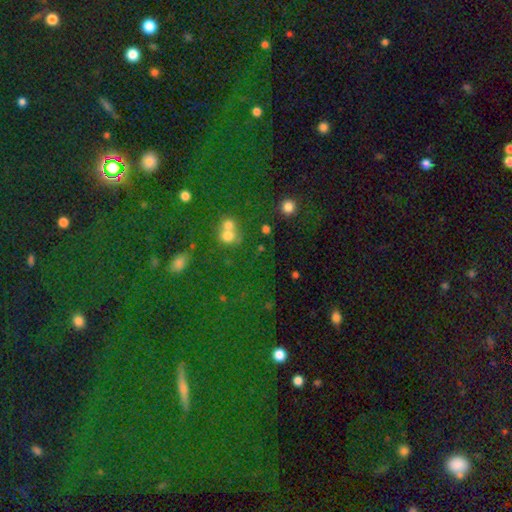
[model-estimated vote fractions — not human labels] The model was most divided on "smooth or featured": star or artifact: 63%, smooth: 25%, featured or disk: 12%.